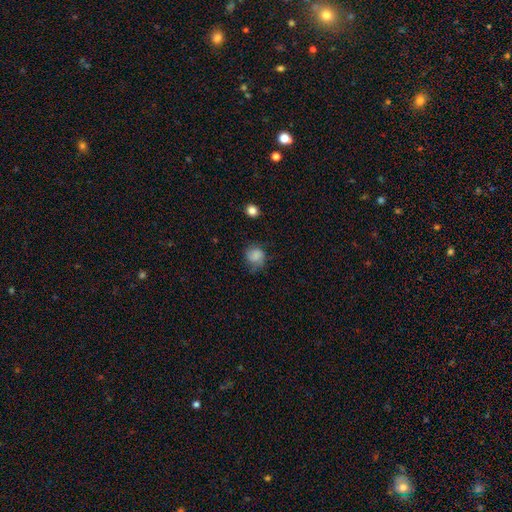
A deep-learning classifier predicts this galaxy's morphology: The model was most divided on "merging": none: 59%, minor disturbance: 28%, major disturbance: 11%, merger: 2%. More confident: smooth or featured — smooth (76%); how rounded — round (76%).